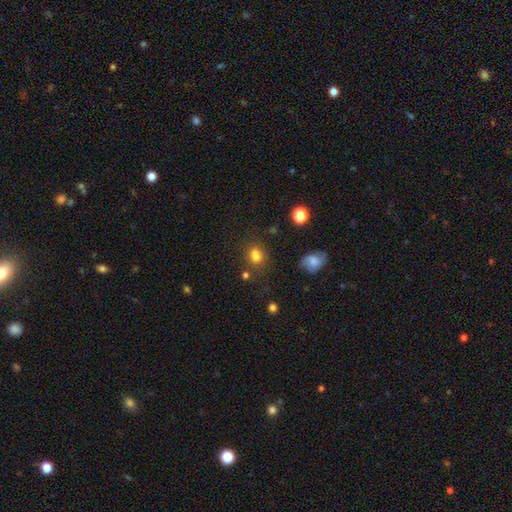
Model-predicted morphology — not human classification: Q: Smooth or featured?
A: smooth (74%); runner-up: star or artifact (16%)
Q: How rounded?
A: round (55%); runner-up: in between (44%)
Q: Merging?
A: none (54%); runner-up: merger (25%)